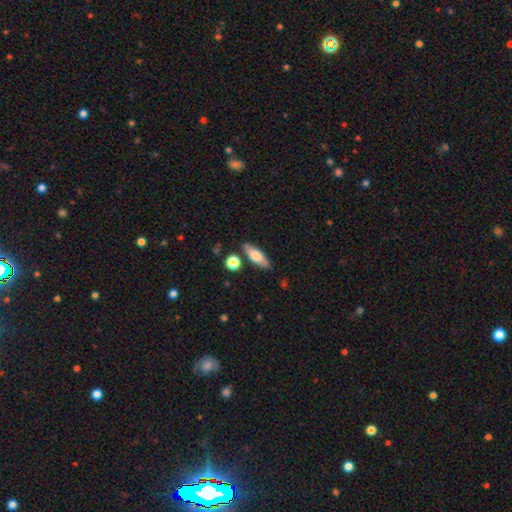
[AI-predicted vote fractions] The model was most divided on "how rounded": in between: 60%, cigar-shaped: 37%, round: 3%. More confident: merging — none (80%); smooth or featured — smooth (67%).